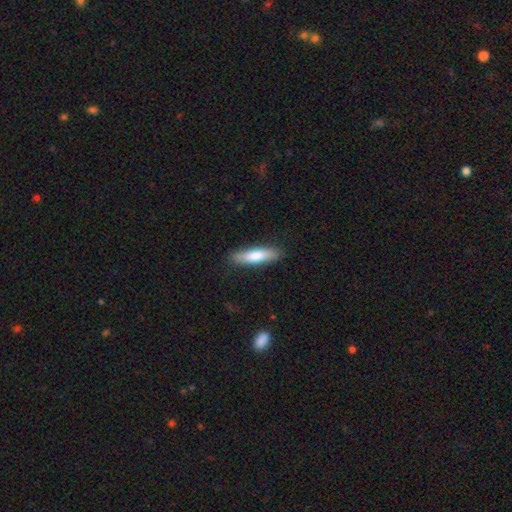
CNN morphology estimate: type=smooth (78%); roundness=cigar-shaped (69%); merging=none (87%).